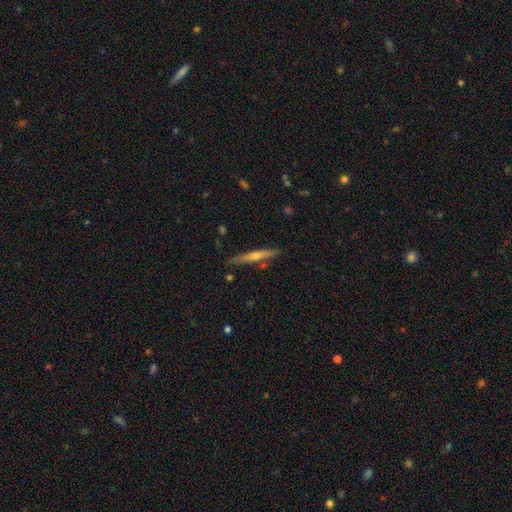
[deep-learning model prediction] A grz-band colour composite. It shows a featured or disk galaxy (60%) viewed edge-on (95%) with a rounded central bulge (77%). Merging: none (84%).